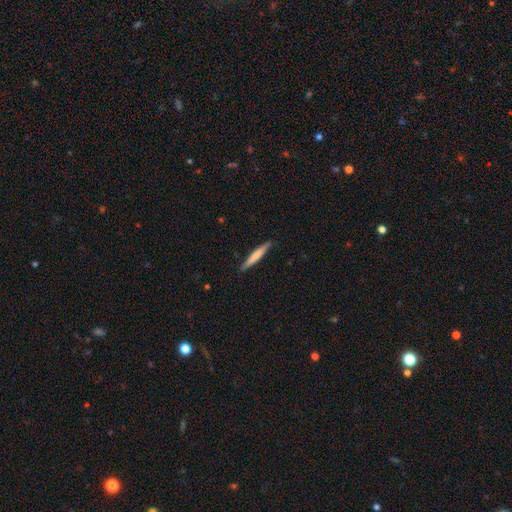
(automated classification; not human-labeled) This appears to be a smooth galaxy with no disk features (64%) that is cigar-shaped (95%). Merging: none (89%).